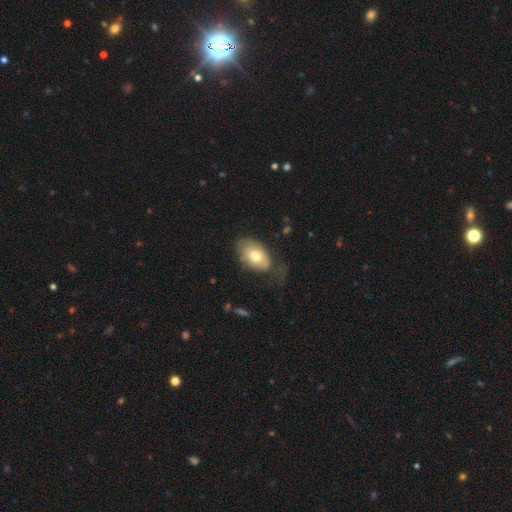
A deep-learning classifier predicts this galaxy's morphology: Smooth or featured? smooth (69%)
How rounded? in between (90%)
Merging? none (48%)